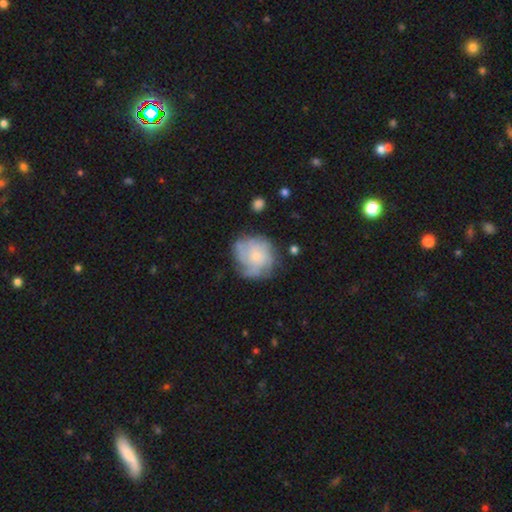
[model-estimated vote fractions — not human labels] This appears to be a featured or disk galaxy (64%) with no bar (81%), tight (54%) spiral arms (86%) and a small central bulge (69%). Merging: none (67%).